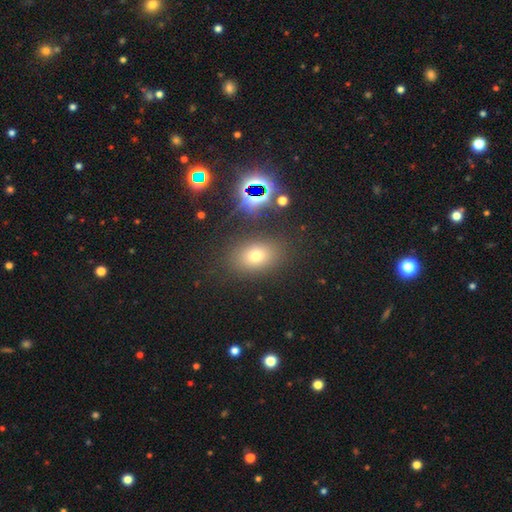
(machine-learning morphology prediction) This appears to be a smooth galaxy with no disk features (63%) that is in between round and cigar-shaped (73%). Merging: none (84%).